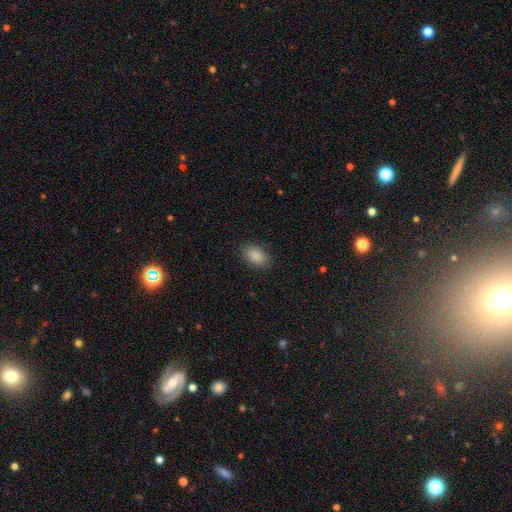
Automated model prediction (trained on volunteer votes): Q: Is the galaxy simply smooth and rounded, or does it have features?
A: smooth — 89%.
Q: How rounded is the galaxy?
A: in between — 91%.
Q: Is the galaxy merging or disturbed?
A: none — 88%.